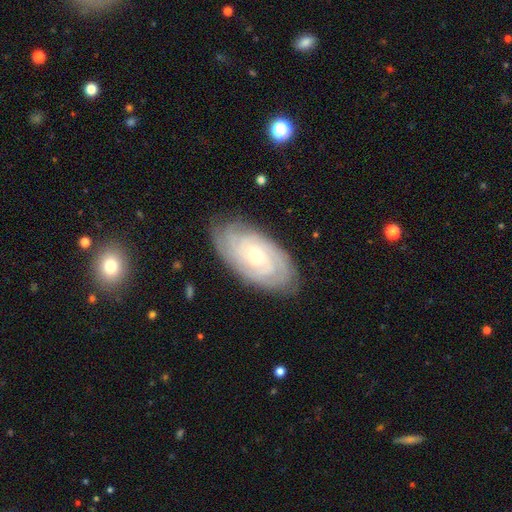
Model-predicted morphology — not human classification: The model was most divided on "spiral arm count": can't tell: 37%, 4: 18%, 3: 18%, 2: 15%, more than 4: 8%, 1: 5%. More confident: spiral arms — yes (96%); edge-on disk — no (94%); smooth or featured — featured or disk (82%); merging — none (81%); spiral winding — tight (80%); bar — no (72%); bulge size — small (60%).